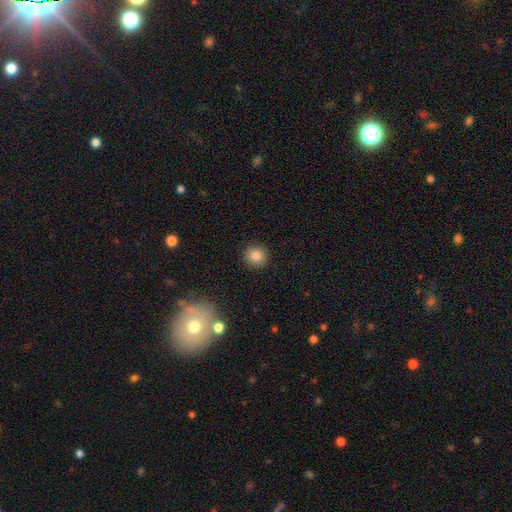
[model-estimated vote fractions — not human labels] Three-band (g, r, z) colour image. It shows a smooth galaxy with no disk features (84%) that is round (91%). Merging: none (91%).